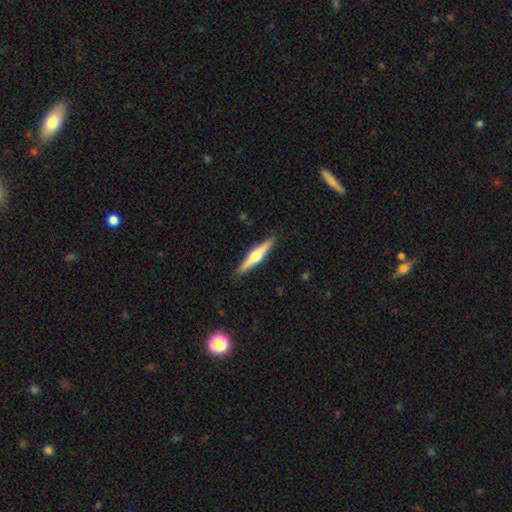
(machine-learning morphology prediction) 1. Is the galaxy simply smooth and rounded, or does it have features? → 67% featured or disk, 28% smooth, 5% star or artifact.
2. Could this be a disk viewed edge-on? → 98% yes, 2% no.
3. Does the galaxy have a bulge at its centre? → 94% rounded, 3% boxy, 3% none.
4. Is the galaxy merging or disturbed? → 91% none, 7% minor disturbance, 1% major disturbance, 1% merger.